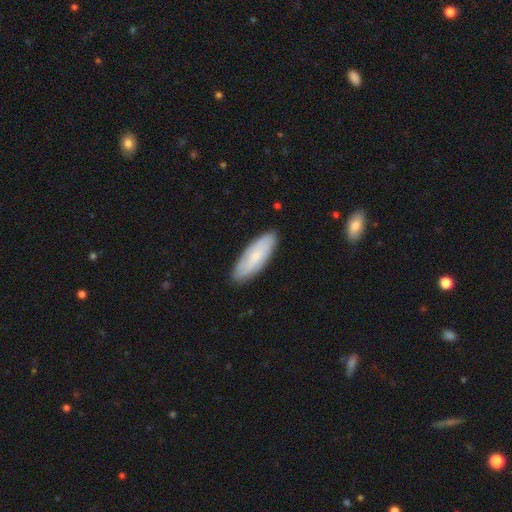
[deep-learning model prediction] smooth_or_featured: smooth (p=0.63) [alt: featured or disk p=0.31]
how_rounded: in between (p=0.64) [alt: cigar-shaped p=0.35]
merging: none (p=0.86) [alt: minor disturbance p=0.11]